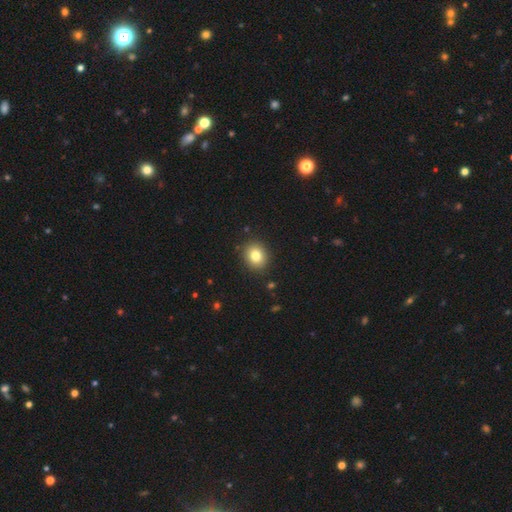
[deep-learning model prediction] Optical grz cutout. It shows a smooth galaxy with no disk features (81%) that is round (70%). Merging: none (90%).